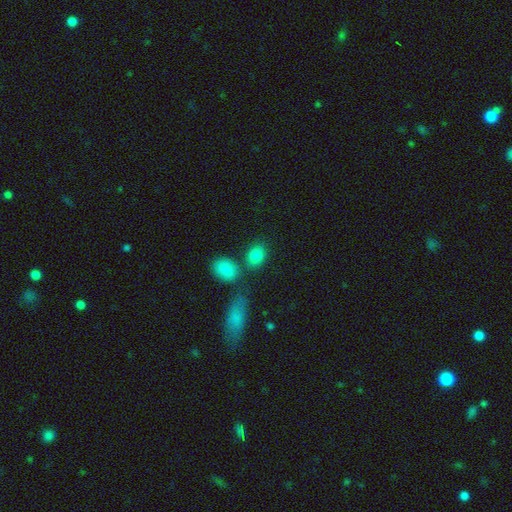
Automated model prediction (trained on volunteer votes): smooth_or_featured: smooth (p=0.84) [alt: star or artifact p=0.09]
how_rounded: in between (p=0.66) [alt: round p=0.32]
merging: none (p=0.67) [alt: merger p=0.16]